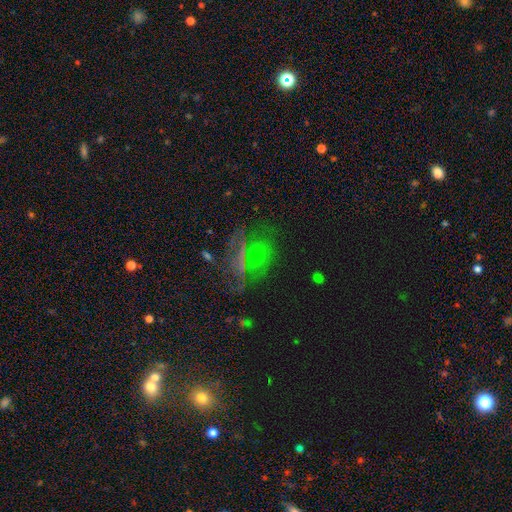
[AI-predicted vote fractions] Smooth or featured: star or artifact — 38% (smooth — 35%)